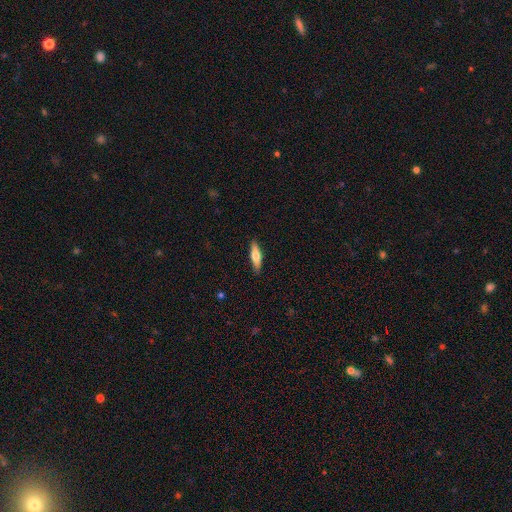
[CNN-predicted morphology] Overall: smooth (60%; featured or disk 34%). How rounded: cigar-shaped (68%; in between 30%). Merging: none (89%).